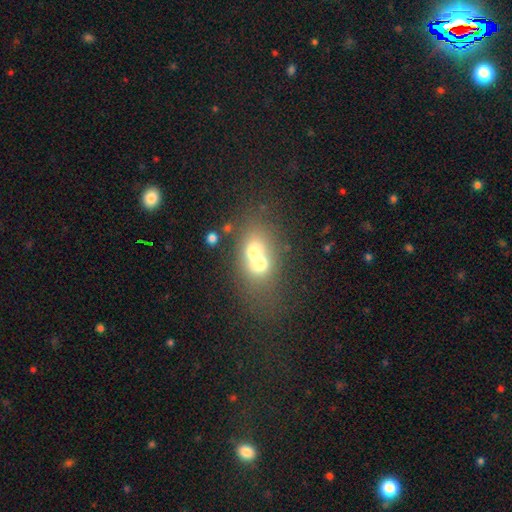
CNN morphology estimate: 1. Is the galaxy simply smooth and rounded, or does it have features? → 61% smooth, 27% featured or disk, 12% star or artifact.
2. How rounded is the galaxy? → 53% in between, 46% round, 2% cigar-shaped.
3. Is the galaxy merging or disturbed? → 69% merger, 20% none, 6% minor disturbance, 4% major disturbance.